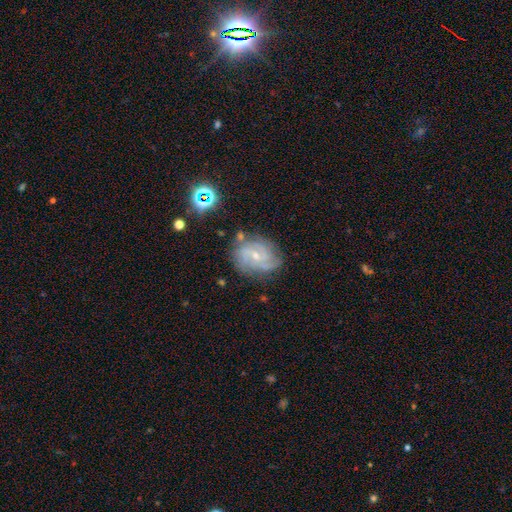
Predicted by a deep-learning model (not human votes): smooth-or-featured: featured or disk: 81% | smooth: 10% | star or artifact: 8%
  disk-edge-on: no: 97% | yes: 3%
    bar: no: 51% | weak: 41% | strong: 8%
    has-spiral-arms: yes: 95% | no: 5%
      spiral-winding: tight: 51% | medium: 39% | loose: 10%
      spiral-arm-count: 3: 32% | can't tell: 24% | 2: 22% | 4: 13% | more than 4: 5% | 1: 5%
    bulge-size: small: 67% | moderate: 29% | none: 2% | large: 1% | dominant: 1%
  merging: none: 69% | minor disturbance: 20% | major disturbance: 7% | merger: 3%